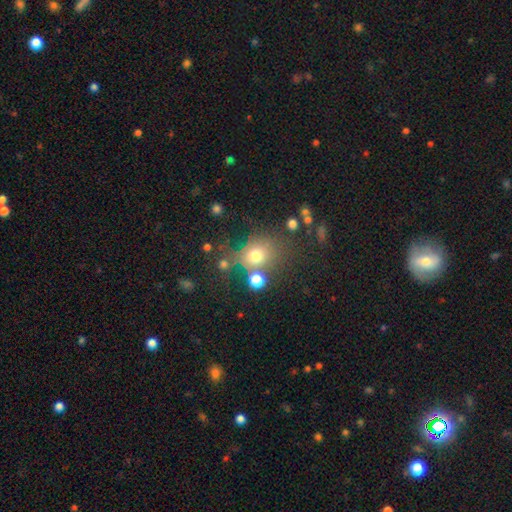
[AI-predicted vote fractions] This appears to be a smooth galaxy with no disk features (70%) that is round (71%). Merging: none (60%).